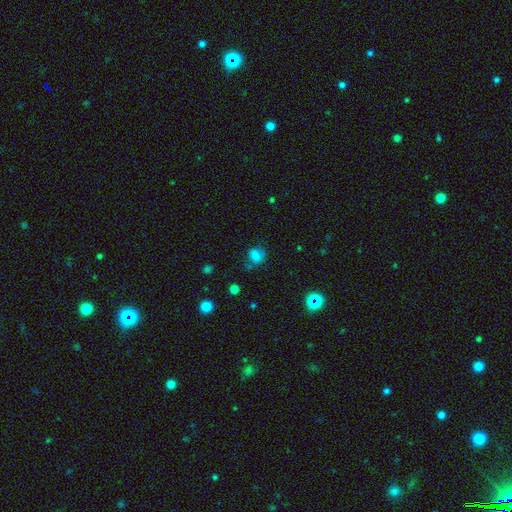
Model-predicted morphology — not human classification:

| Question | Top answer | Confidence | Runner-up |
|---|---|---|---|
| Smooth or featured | smooth | 74% | star or artifact (16%) |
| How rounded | round | 59% | in between (40%) |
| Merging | none | 61% | minor disturbance (23%) |